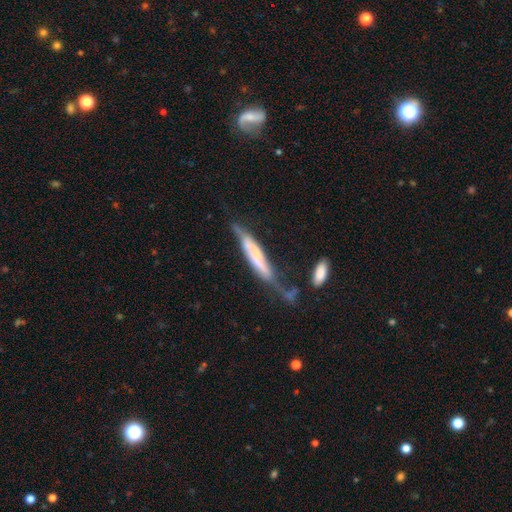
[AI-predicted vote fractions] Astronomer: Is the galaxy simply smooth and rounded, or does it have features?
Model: featured or disk — 58% (runner-up: smooth, 35%).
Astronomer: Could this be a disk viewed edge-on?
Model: yes — 64%.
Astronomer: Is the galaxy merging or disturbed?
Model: none — 34% (runner-up: minor disturbance, 27%).